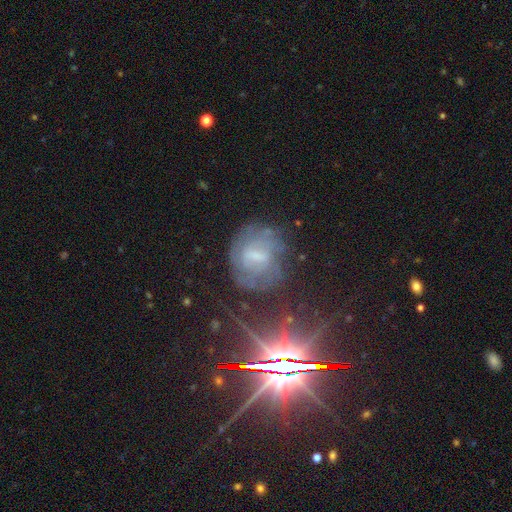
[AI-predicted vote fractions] This appears to be a featured or disk galaxy (49%). Merging: none (63%).